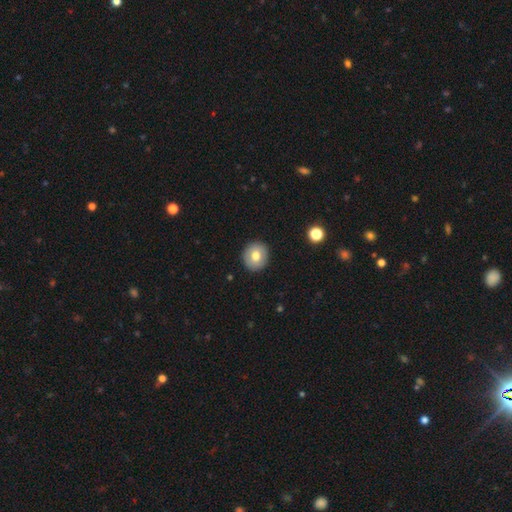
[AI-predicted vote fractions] This appears to be a smooth galaxy with no disk features (73%) that is round (90%). Merging: none (91%).